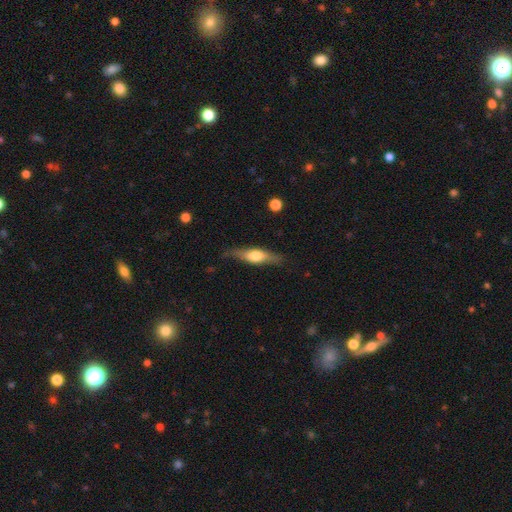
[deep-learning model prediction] A featured or disk galaxy (51%) viewed edge-on (89%).

Vote fractions:
- Smooth or featured? featured or disk: 51% / smooth: 43% / star or artifact: 6%
- Edge-on disk? yes: 89% / no: 11%
- Merging? none: 78% / minor disturbance: 16% / major disturbance: 4% / merger: 2%